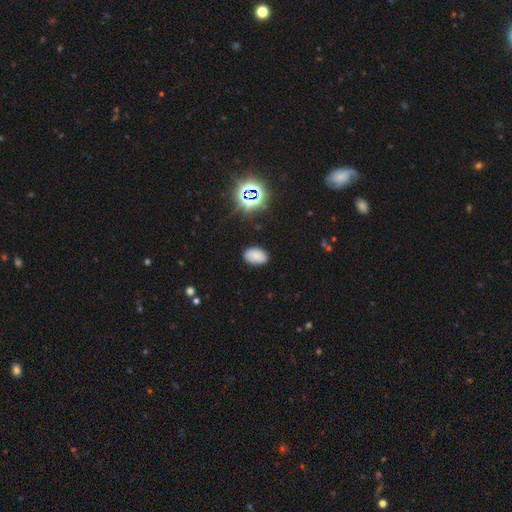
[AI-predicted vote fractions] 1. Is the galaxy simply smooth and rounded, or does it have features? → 76% smooth, 16% star or artifact, 8% featured or disk.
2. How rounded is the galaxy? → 90% in between, 9% round, 1% cigar-shaped.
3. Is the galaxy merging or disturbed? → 84% none, 12% minor disturbance, 3% major disturbance, 1% merger.